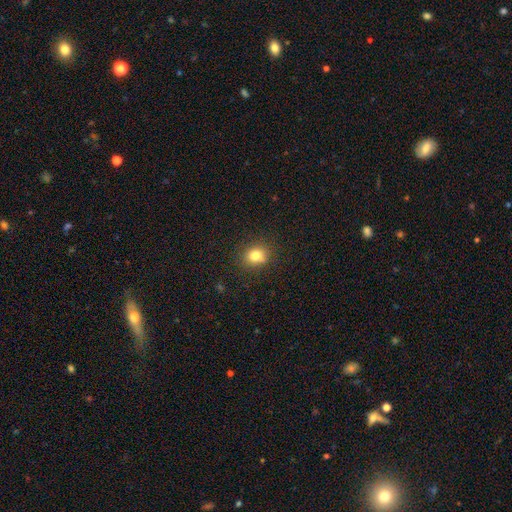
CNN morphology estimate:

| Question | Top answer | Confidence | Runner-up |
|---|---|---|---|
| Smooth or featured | smooth | 81% | star or artifact (12%) |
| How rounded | round | 63% | in between (37%) |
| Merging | none | 82% | minor disturbance (13%) |